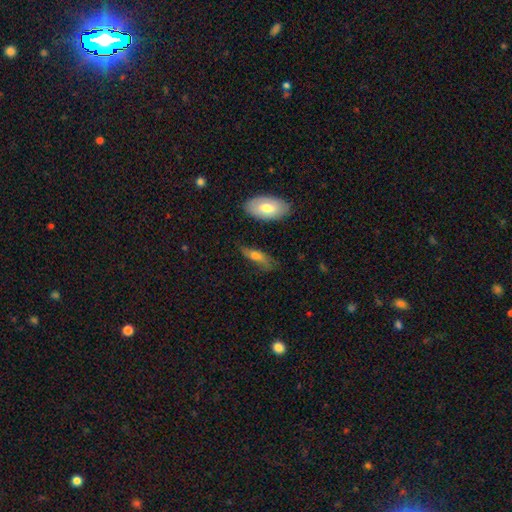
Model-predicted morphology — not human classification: A smooth galaxy with no disk features (60%) that is in between round and cigar-shaped (63%).

Vote fractions:
- Smooth or featured? smooth: 60% / featured or disk: 31% / star or artifact: 9%
- How rounded? in between: 63% / cigar-shaped: 33% / round: 4%
- Merging? none: 58% / minor disturbance: 27% / major disturbance: 11% / merger: 4%